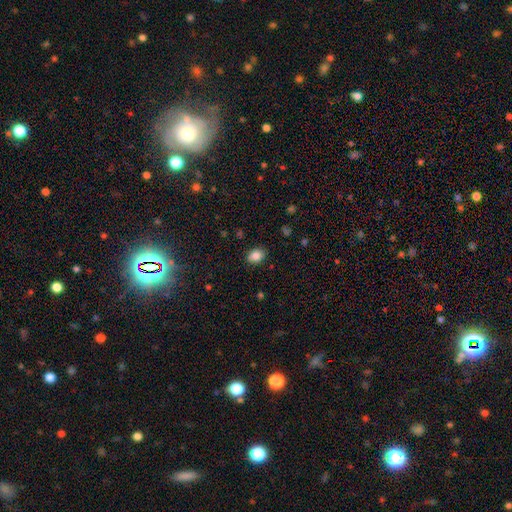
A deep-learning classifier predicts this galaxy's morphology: smooth 86%, star or artifact 9%, featured or disk 5%. Down the decision tree: how rounded — in between (64%); merging — none (86%).